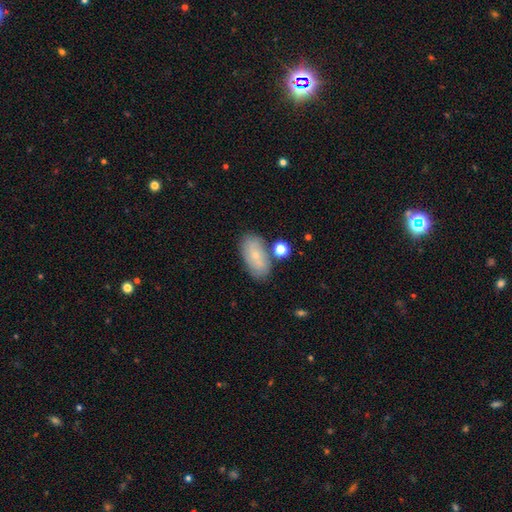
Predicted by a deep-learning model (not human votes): This appears to be a smooth galaxy with no disk features (58%) that is in between round and cigar-shaped (90%). Merging: none (68%).